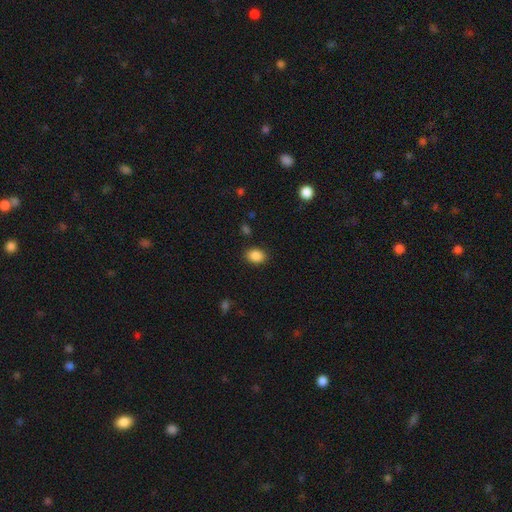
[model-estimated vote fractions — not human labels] Overall: smooth (87%). How rounded: in between (70%). Merging: none (87%).